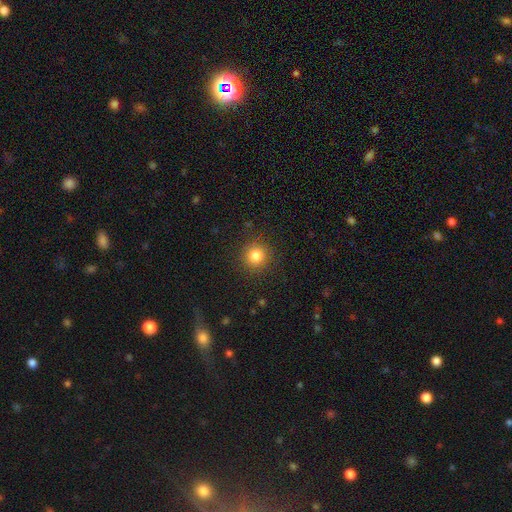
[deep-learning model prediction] smooth 82%, star or artifact 13%, featured or disk 6%. Down the decision tree: how rounded — round (94%); merging — none (90%).